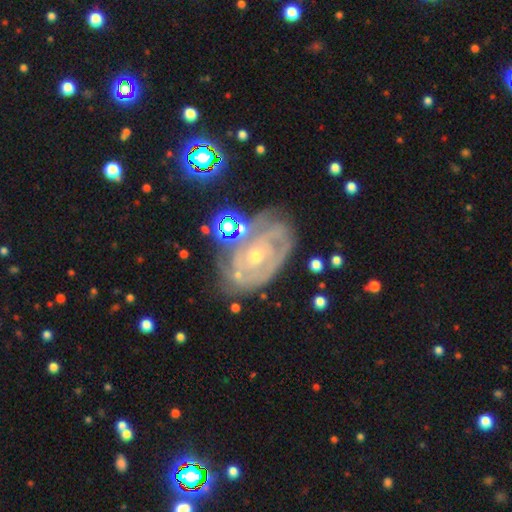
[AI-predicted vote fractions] featured or disk 82%, smooth 10%, star or artifact 8%. Down the decision tree: edge-on disk — no (96%); bar — no (75%); spiral arms — yes (87%); spiral arm count — can't tell (44%); spiral winding — tight (69%); bulge size — small (68%); merging — none (61%).